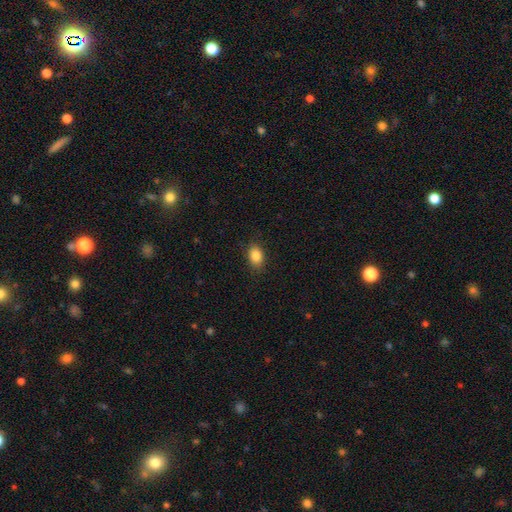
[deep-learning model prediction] Smooth or featured: smooth — 87% (star or artifact — 9%)
How rounded: in between — 82% (round — 17%)
Merging: none — 87% (minor disturbance — 10%)